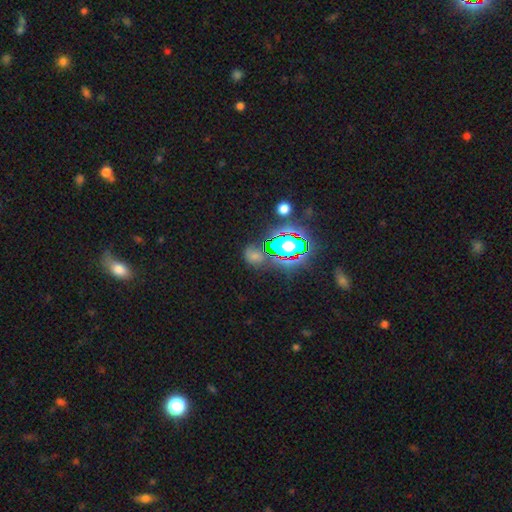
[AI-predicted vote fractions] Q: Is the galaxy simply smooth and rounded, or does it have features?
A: star or artifact — 60%.